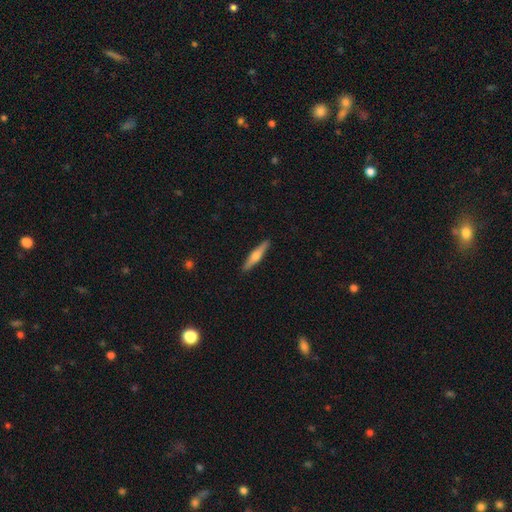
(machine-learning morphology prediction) The model was most divided on "smooth or featured": featured or disk: 50%, smooth: 44%, star or artifact: 5%. More confident: edge-on disk — yes (96%); merging — none (92%).